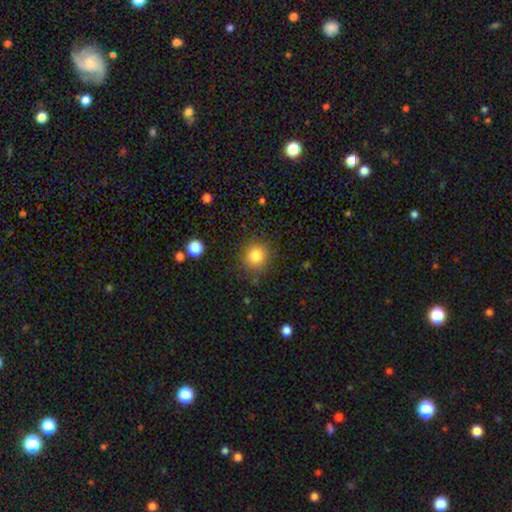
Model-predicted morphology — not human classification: Overall: smooth (83%). How rounded: round (88%). Merging: none (83%).